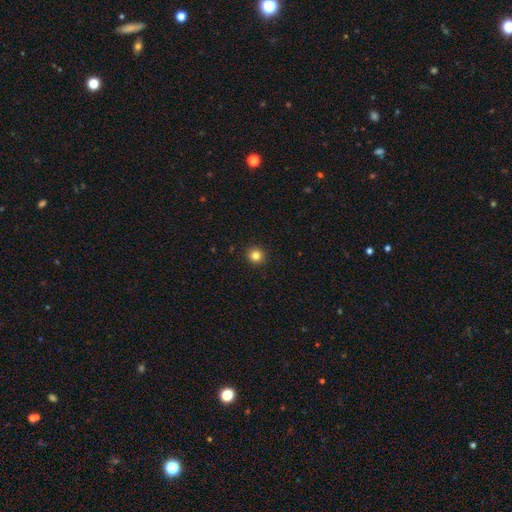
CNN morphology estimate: smooth 83%, star or artifact 12%, featured or disk 5%. Down the decision tree: how rounded — round (94%); merging — none (93%).